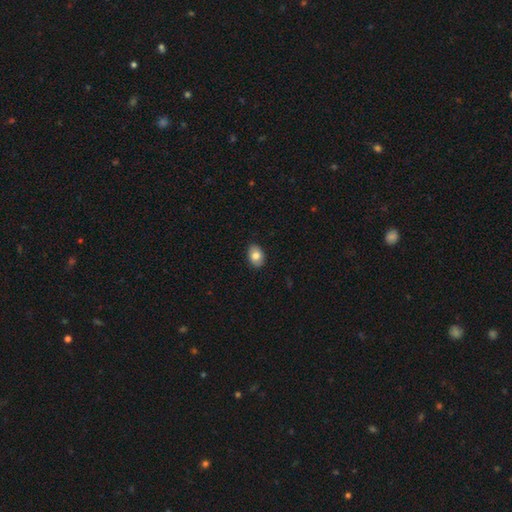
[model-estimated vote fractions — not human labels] Smooth or featured?
  - smooth: 81% *
  - featured or disk: 12%
  - star or artifact: 7%
How rounded?
  - in between: 82% *
  - round: 17%
  - cigar-shaped: 1%
Merging?
  - none: 88% *
  - minor disturbance: 9%
  - major disturbance: 2%
  - merger: 1%